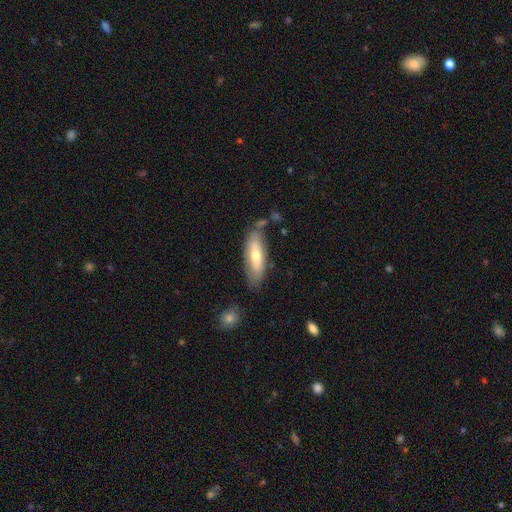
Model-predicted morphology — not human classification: The model was most divided on "how rounded": in between: 55%, cigar-shaped: 43%, round: 2%. More confident: merging — none (70%); smooth or featured — smooth (57%).